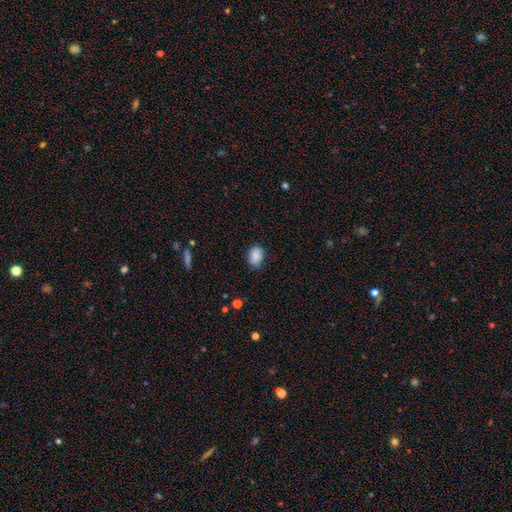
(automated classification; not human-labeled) Smooth or featured? smooth (86%)
How rounded? in between (77%)
Merging? none (73%)